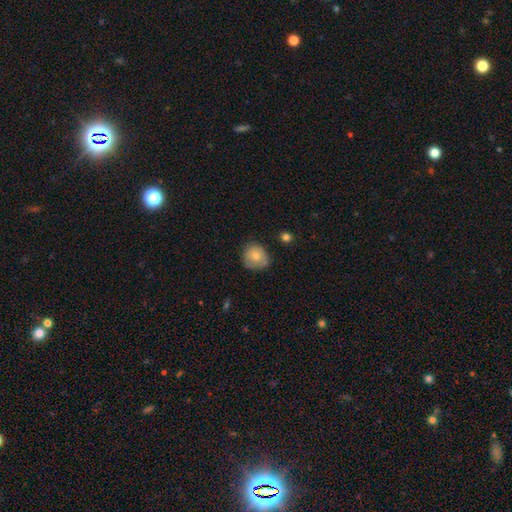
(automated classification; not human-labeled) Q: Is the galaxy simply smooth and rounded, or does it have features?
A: smooth — 72%.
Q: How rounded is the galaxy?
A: round — 78%.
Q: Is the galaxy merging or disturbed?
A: none — 67%.